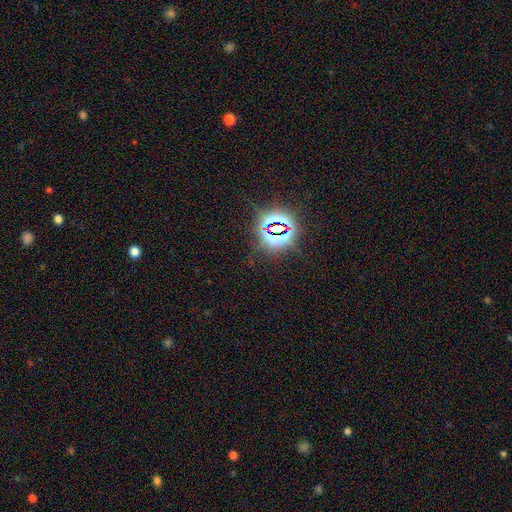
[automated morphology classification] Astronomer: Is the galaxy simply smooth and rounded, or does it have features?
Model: star or artifact — 82%.